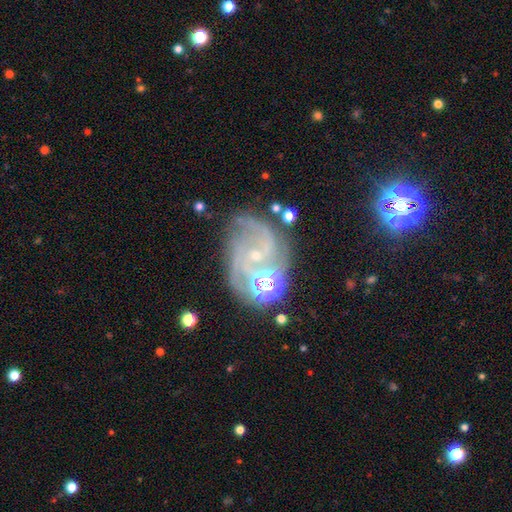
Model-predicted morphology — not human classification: Smooth or featured?
  - featured or disk: 80% *
  - star or artifact: 12%
  - smooth: 8%
Edge-on disk?
  - no: 98% *
  - yes: 2%
Bar?
  - no: 58% *
  - weak: 34%
  - strong: 8%
Spiral arms?
  - yes: 94% *
  - no: 6%
Spiral winding?
  - medium: 49% *
  - tight: 31%
  - loose: 20%
Spiral arm count?
  - 2: 42% *
  - 3: 22%
  - can't tell: 18%
  - 4: 6%
  - 1: 6%
  - more than 4: 5%
Bulge size?
  - small: 72% *
  - moderate: 21%
  - none: 5%
  - large: 2%
  - dominant: 1%
Merging?
  - none: 55% *
  - minor disturbance: 18%
  - major disturbance: 14%
  - merger: 13%